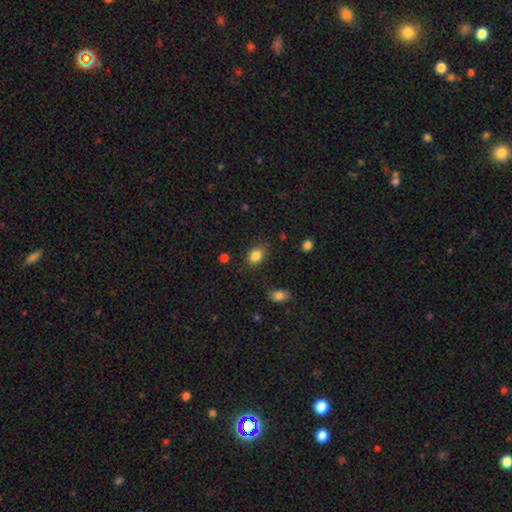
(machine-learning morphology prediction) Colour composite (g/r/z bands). It shows a smooth galaxy with no disk features (85%) that is in between round and cigar-shaped (65%). Merging: none (79%).